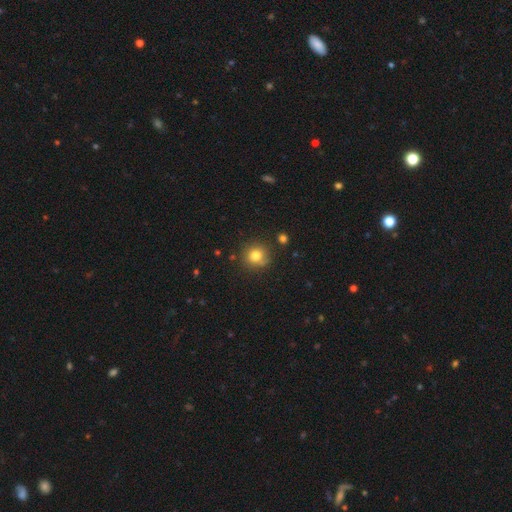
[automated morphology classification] Q: Smooth or featured?
A: smooth (80%); runner-up: star or artifact (12%)
Q: How rounded?
A: round (90%); runner-up: in between (9%)
Q: Merging?
A: none (80%); runner-up: minor disturbance (12%)